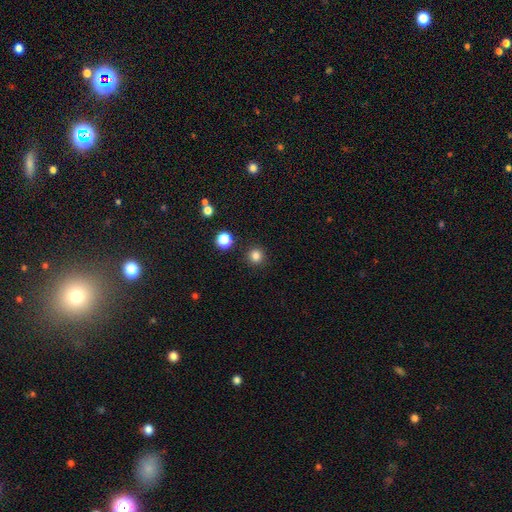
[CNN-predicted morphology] The model was most divided on "smooth or featured": smooth: 83%, star or artifact: 13%, featured or disk: 4%. More confident: how rounded — round (95%); merging — none (91%).